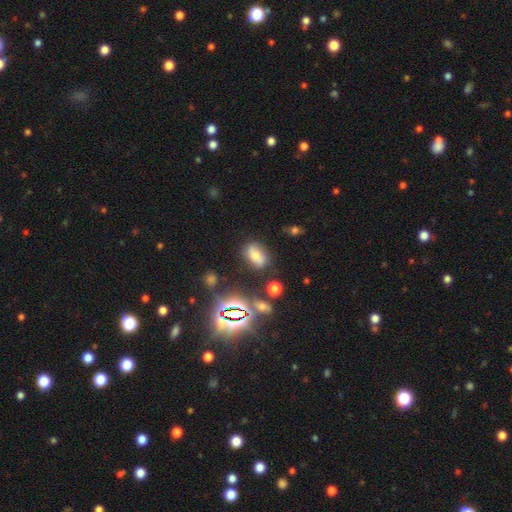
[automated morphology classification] Smooth or featured? smooth (54%)
How rounded? in between (82%)
Merging? none (77%)